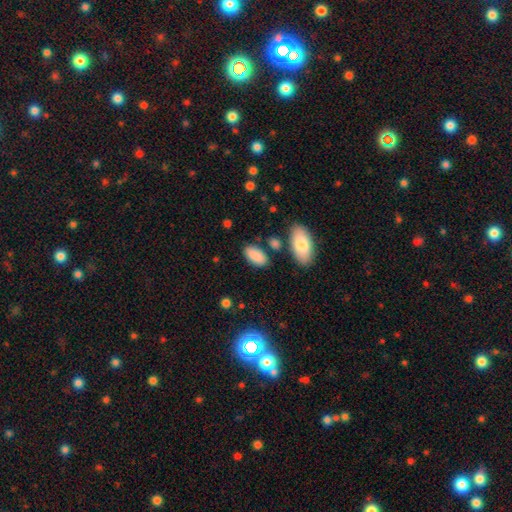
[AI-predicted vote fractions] Q: Smooth or featured?
A: smooth (88%); runner-up: star or artifact (7%)
Q: How rounded?
A: in between (94%); runner-up: cigar-shaped (3%)
Q: Merging?
A: none (80%); runner-up: minor disturbance (12%)